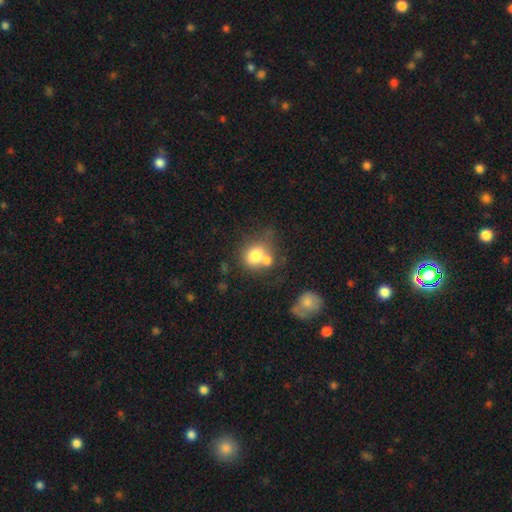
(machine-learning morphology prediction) Smooth or featured? Predicted: smooth (p=0.74). How rounded? Predicted: round (p=0.56). Merging? Predicted: merger (p=0.46).